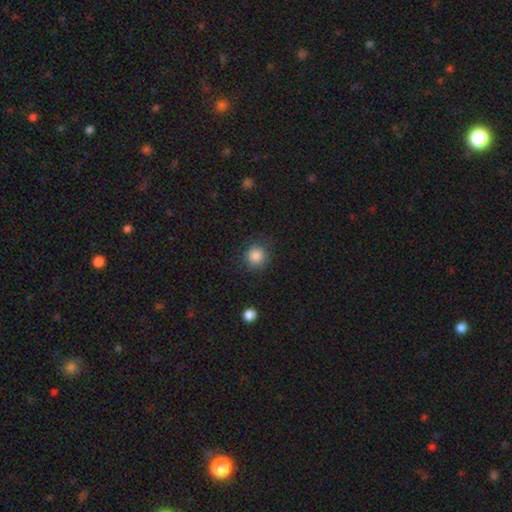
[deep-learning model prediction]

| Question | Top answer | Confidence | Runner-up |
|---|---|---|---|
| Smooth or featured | smooth | 86% | star or artifact (10%) |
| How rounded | round | 93% | in between (6%) |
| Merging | none | 87% | minor disturbance (9%) |